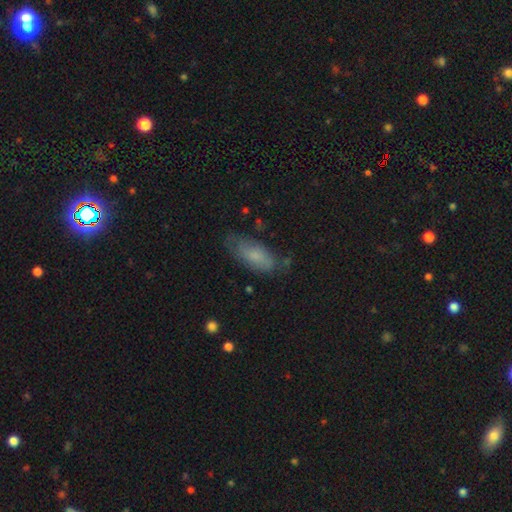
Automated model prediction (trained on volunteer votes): Smooth or featured? smooth (72%)
How rounded? in between (81%)
Merging? none (63%)